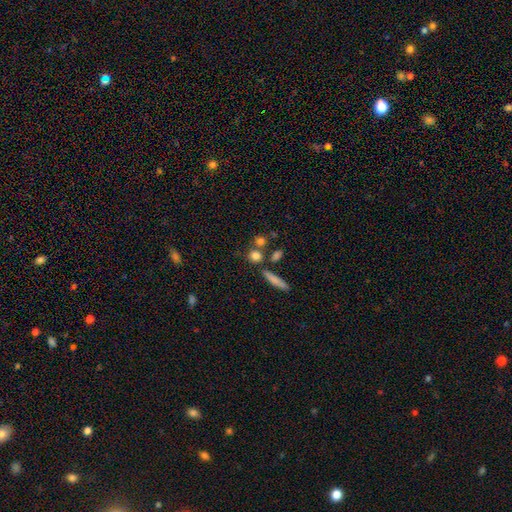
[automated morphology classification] This is likely a smooth galaxy (79%). How rounded: likely round (74%). Merging: likely none (64%).